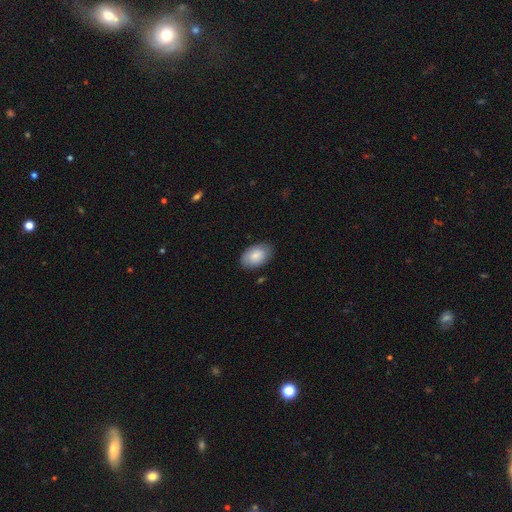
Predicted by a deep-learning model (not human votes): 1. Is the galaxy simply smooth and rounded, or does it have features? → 83% smooth, 11% featured or disk, 6% star or artifact.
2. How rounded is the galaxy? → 91% in between, 8% round, 1% cigar-shaped.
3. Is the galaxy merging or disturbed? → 82% none, 14% minor disturbance, 3% major disturbance, 1% merger.